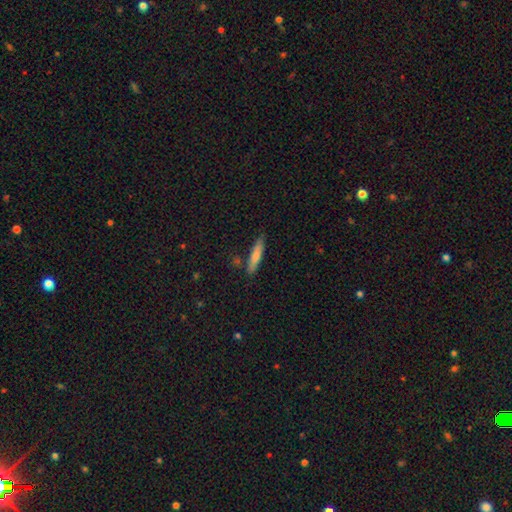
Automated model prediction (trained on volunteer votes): A smooth galaxy with no disk features (73%) that is cigar-shaped (86%).

Vote fractions:
- Smooth or featured? smooth: 73% / featured or disk: 21% / star or artifact: 6%
- How rounded? cigar-shaped: 86% / in between: 13% / round: 2%
- Merging? none: 81% / minor disturbance: 13% / merger: 4% / major disturbance: 2%